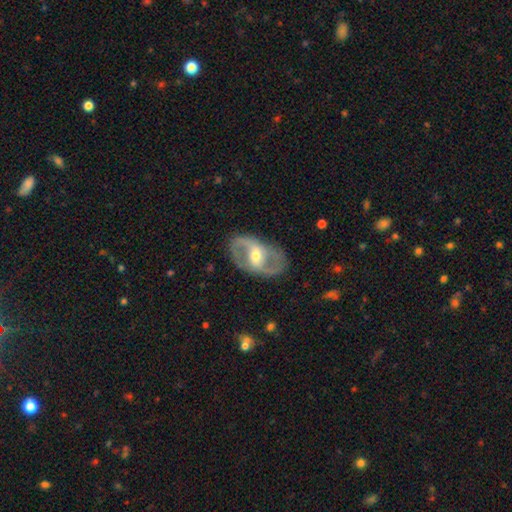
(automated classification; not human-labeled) This is clearly a featured or disk galaxy (83%). It is clearly not viewed edge-on (95%). Bar: marginally weak (43%). Spiral arm pattern: clearly yes (84%). Spiral arm count: clearly 2 (89%). Spiral winding: possibly medium (50%). Central bulge: likely moderate (62%). Merging: clearly none (81%).